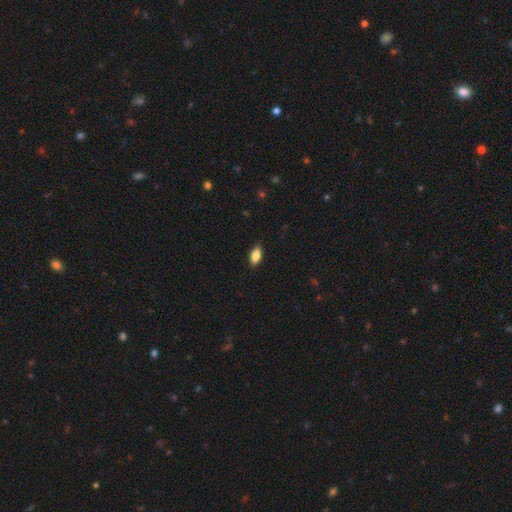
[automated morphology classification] Smooth or featured? smooth (86%)
How rounded? in between (89%)
Merging? none (87%)